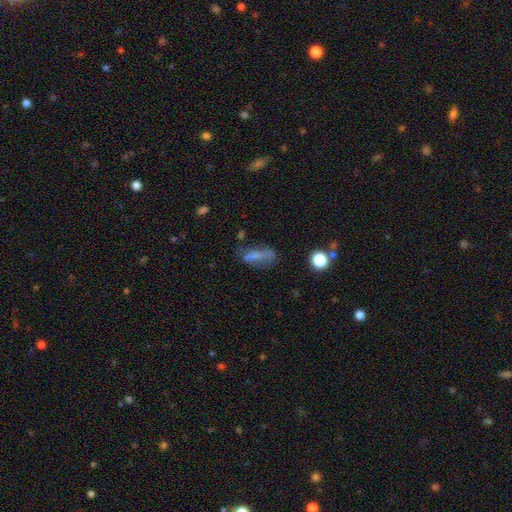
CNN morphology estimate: Smooth or featured: smooth — 61% (featured or disk — 25%)
How rounded: in between — 56% (cigar-shaped — 38%)
Merging: none — 46% (minor disturbance — 25%)